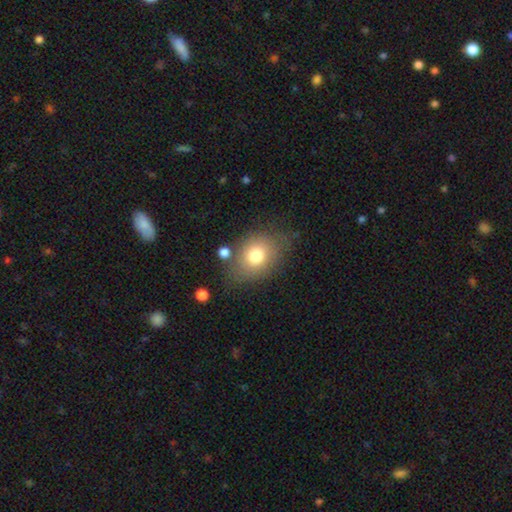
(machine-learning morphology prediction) Overall: smooth (76%). How rounded: in between (62%; round 37%). Merging: none (68%).